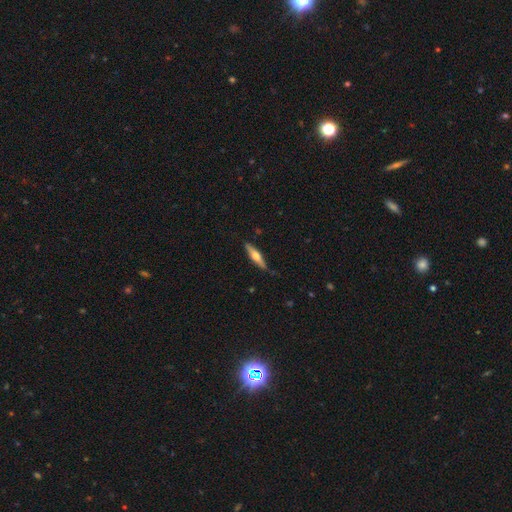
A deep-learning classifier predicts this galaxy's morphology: smooth_or_featured: featured or disk (p=0.54) [alt: smooth p=0.41]
disk_edge_on: yes (p=0.95) [alt: no p=0.05]
edge_on_bulge: rounded (p=0.91) [alt: boxy p=0.05]
merging: none (p=0.86) [alt: minor disturbance p=0.11]